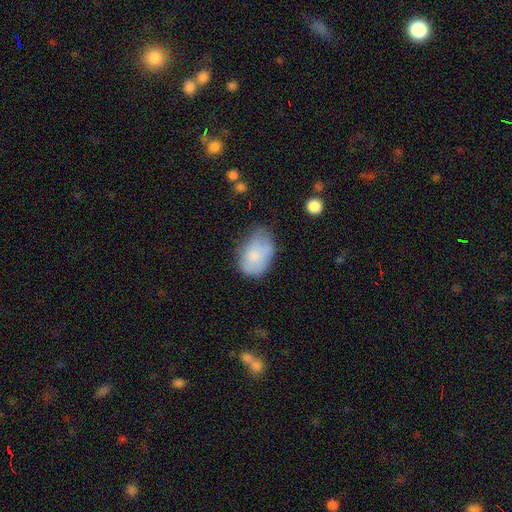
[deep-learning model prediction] Smooth or featured?
  - smooth: 78% *
  - featured or disk: 15%
  - star or artifact: 7%
How rounded?
  - in between: 88% *
  - round: 11%
  - cigar-shaped: 1%
Merging?
  - none: 42% *
  - minor disturbance: 40%
  - major disturbance: 14%
  - merger: 4%